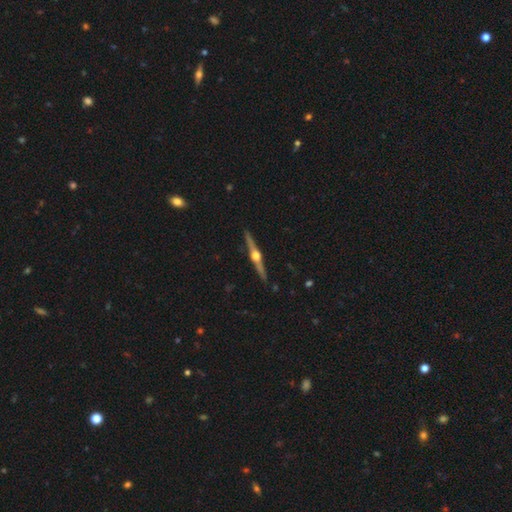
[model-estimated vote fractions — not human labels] Smooth or featured? featured or disk (85%)
Edge-on disk? yes (99%)
Edge-on bulge? rounded (97%)
Merging? none (91%)